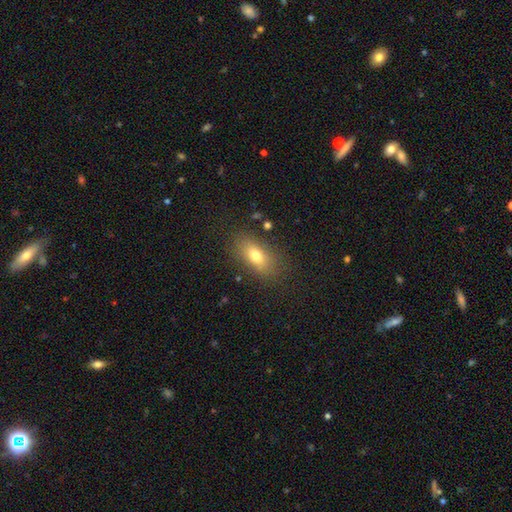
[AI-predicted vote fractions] The model was most divided on "smooth or featured": smooth: 75%, featured or disk: 15%, star or artifact: 10%. More confident: how rounded — in between (82%); merging — none (81%).